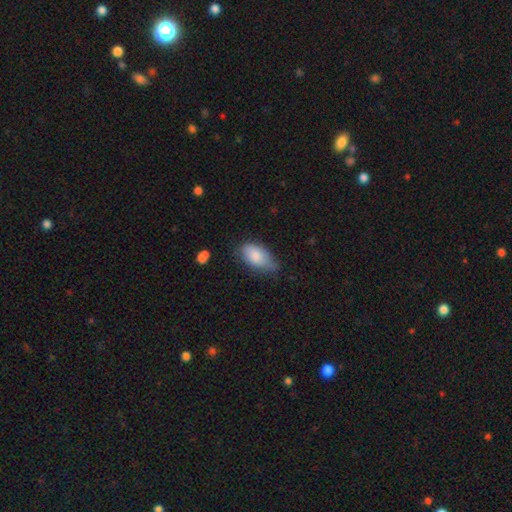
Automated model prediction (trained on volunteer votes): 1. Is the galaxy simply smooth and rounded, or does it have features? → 82% smooth, 11% featured or disk, 7% star or artifact.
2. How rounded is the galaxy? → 93% in between, 4% round, 3% cigar-shaped.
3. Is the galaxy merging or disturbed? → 45% none, 42% minor disturbance, 10% major disturbance, 3% merger.